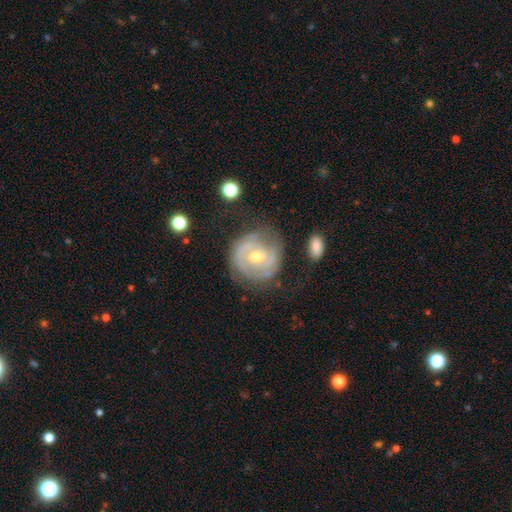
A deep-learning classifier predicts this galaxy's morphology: Smooth or featured? featured or disk (81%)
Edge-on disk? no (97%)
Bar? no (51%)
Spiral arms? yes (88%)
Spiral winding? tight (59%)
Spiral arm count? 2 (54%)
Bulge size? moderate (57%)
Merging? none (66%)